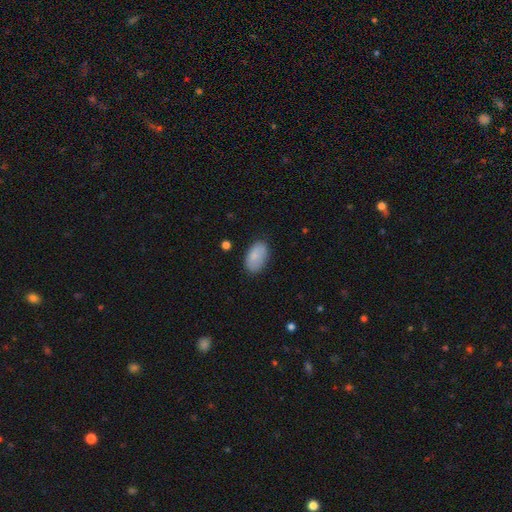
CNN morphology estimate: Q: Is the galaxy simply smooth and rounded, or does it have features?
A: smooth — 85%.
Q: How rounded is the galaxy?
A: in between — 94%.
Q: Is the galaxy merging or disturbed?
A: none — 81%.